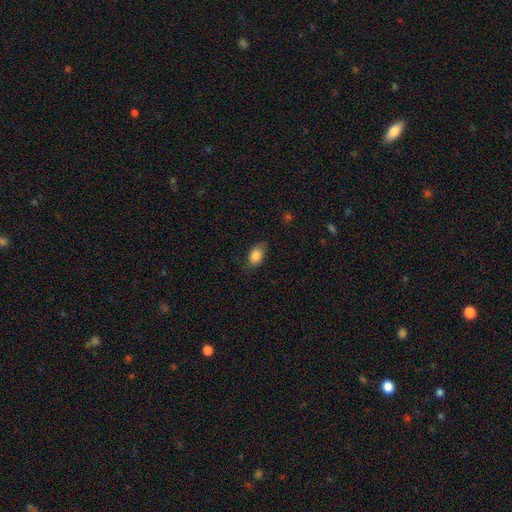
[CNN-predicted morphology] Q: Smooth or featured?
A: smooth (84%); runner-up: featured or disk (9%)
Q: How rounded?
A: in between (86%); runner-up: round (12%)
Q: Merging?
A: none (69%); runner-up: minor disturbance (24%)